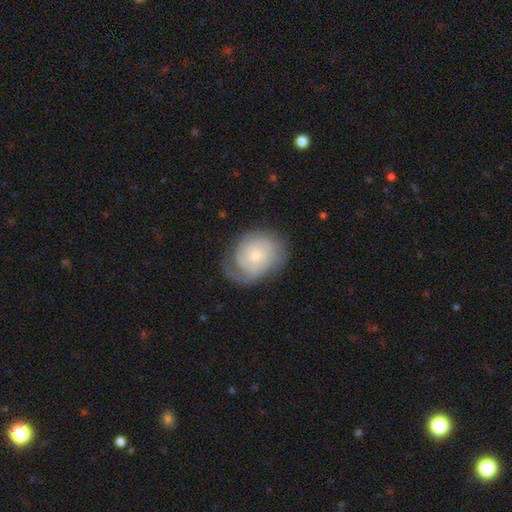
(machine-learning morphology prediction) This appears to be a featured or disk galaxy (66%) with no bar (75%), tight (66%) spiral arms (91%) and a small central bulge (62%). Merging: none (66%).